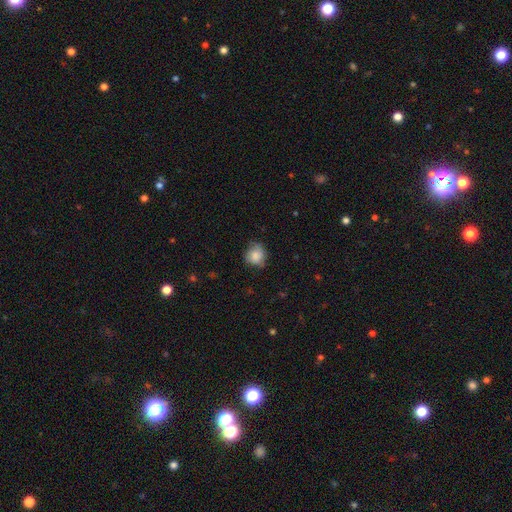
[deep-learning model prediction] smooth_or_featured: smooth (p=0.82) [alt: featured or disk p=0.09]
how_rounded: round (p=0.80) [alt: in between p=0.19]
merging: none (p=0.64) [alt: minor disturbance p=0.28]